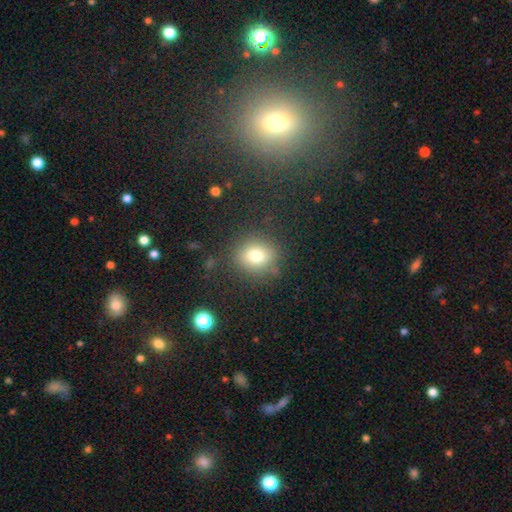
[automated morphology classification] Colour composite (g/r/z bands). It shows a smooth galaxy with no disk features (76%) that is round (74%). Merging: none (82%).